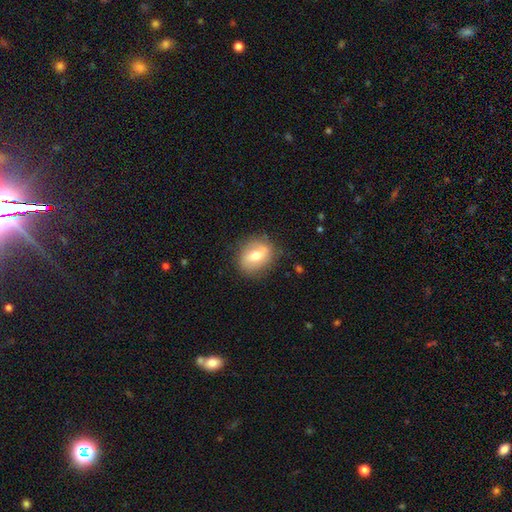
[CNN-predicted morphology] Overall: smooth (55%; featured or disk 38%). How rounded: in between (50%; round 49%). Merging: none (79%).